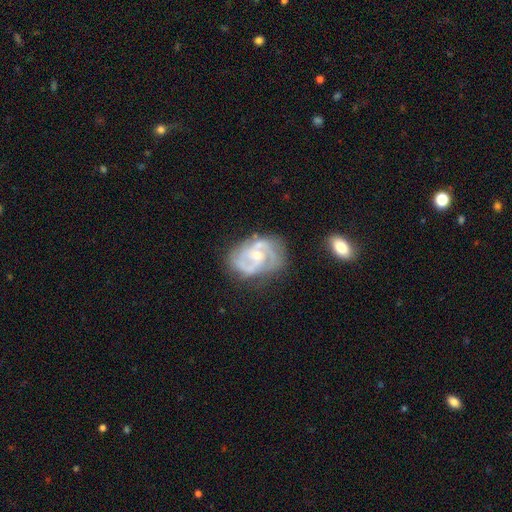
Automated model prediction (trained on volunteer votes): Smooth or featured?
  - featured or disk: 85% *
  - smooth: 10%
  - star or artifact: 5%
Edge-on disk?
  - no: 97% *
  - yes: 3%
Bar?
  - no: 56% *
  - weak: 36%
  - strong: 8%
Spiral arms?
  - yes: 92% *
  - no: 8%
Spiral winding?
  - medium: 45% *
  - tight: 41%
  - loose: 13%
Spiral arm count?
  - 2: 56% *
  - 3: 18%
  - can't tell: 17%
  - 1: 4%
  - 4: 3%
  - more than 4: 3%
Bulge size?
  - small: 52% *
  - moderate: 44%
  - large: 2%
  - none: 1%
  - dominant: 1%
Merging?
  - none: 60% *
  - minor disturbance: 24%
  - major disturbance: 12%
  - merger: 4%